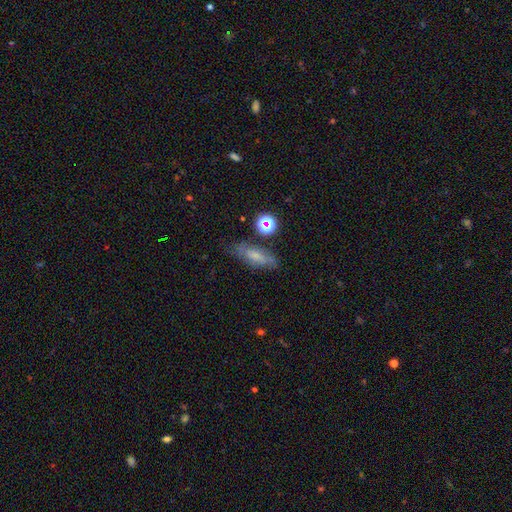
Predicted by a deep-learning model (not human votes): smooth-or-featured: smooth: 47% | featured or disk: 36% | star or artifact: 17%
  merging: none: 65% | minor disturbance: 21% | major disturbance: 9% | merger: 5%